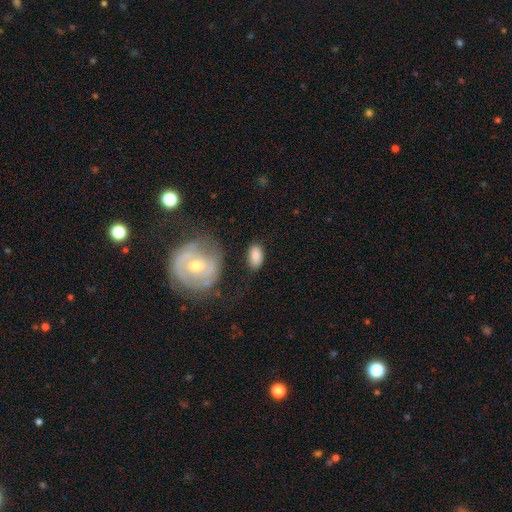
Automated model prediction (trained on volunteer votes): Morphology: type=smooth (81%); roundness=in between (91%); merging=none (75%).